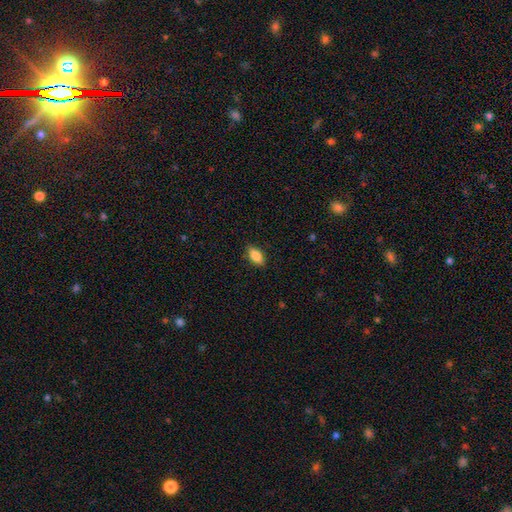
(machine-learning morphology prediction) Smooth or featured? Predicted: smooth (p=0.85). How rounded? Predicted: in between (p=0.89). Merging? Predicted: none (p=0.86).